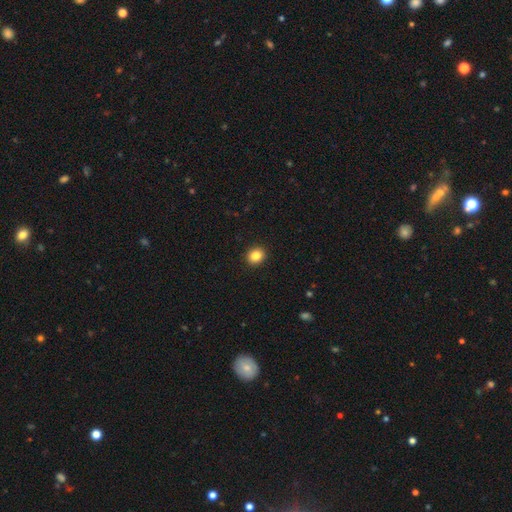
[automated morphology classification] Overall: smooth (85%). How rounded: round (72%). Merging: none (92%).